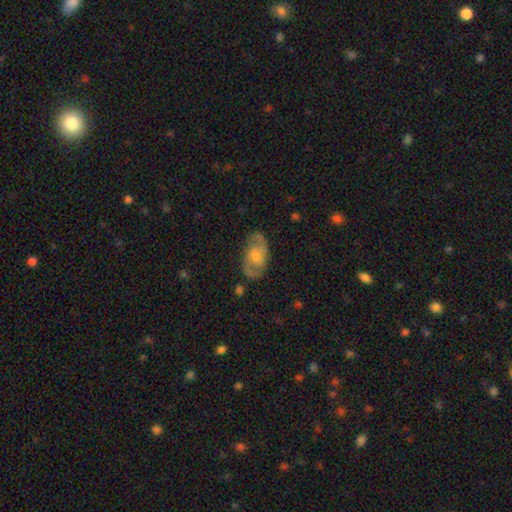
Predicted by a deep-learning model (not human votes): This is likely a featured or disk galaxy (72%). It is clearly not viewed edge-on (94%). Bar: likely no (60%). Spiral arm pattern: clearly yes (86%). Spiral arm count: clearly 2 (86%). Spiral winding: possibly medium (51%). Central bulge: possibly moderate (48%). Merging: likely none (79%).